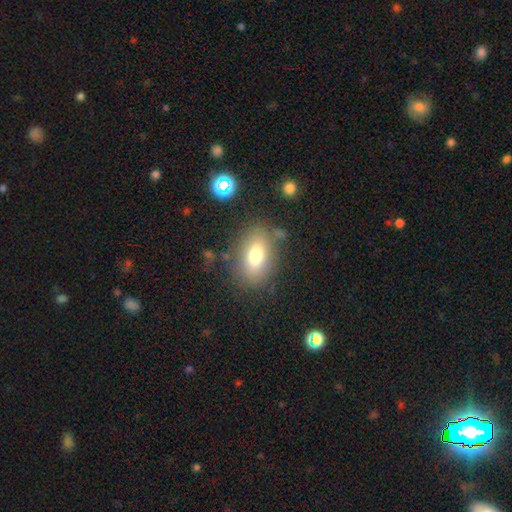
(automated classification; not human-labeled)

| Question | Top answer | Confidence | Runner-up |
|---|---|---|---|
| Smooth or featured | smooth | 73% | featured or disk (16%) |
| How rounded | in between | 81% | round (16%) |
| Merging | none | 76% | minor disturbance (14%) |